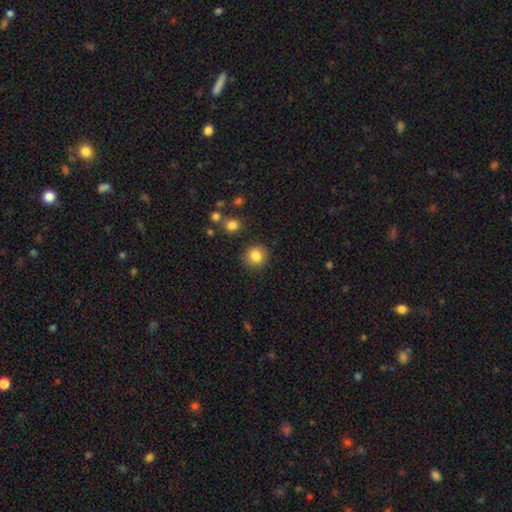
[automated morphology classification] smooth 85%, star or artifact 10%, featured or disk 6%. Down the decision tree: how rounded — round (90%); merging — none (87%).